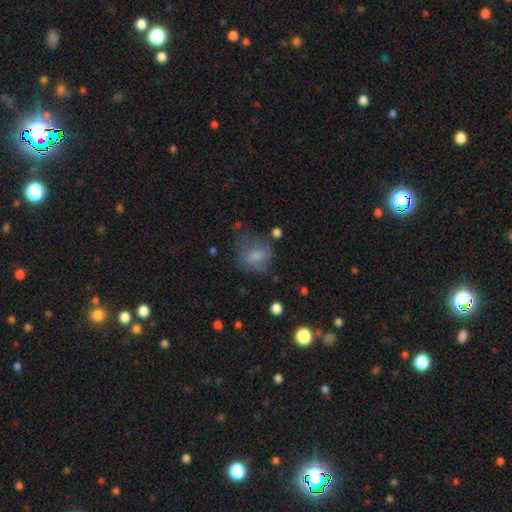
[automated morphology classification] Smooth or featured? Predicted: smooth (p=0.68). How rounded? Predicted: round (p=0.60). Merging? Predicted: none (p=0.47).